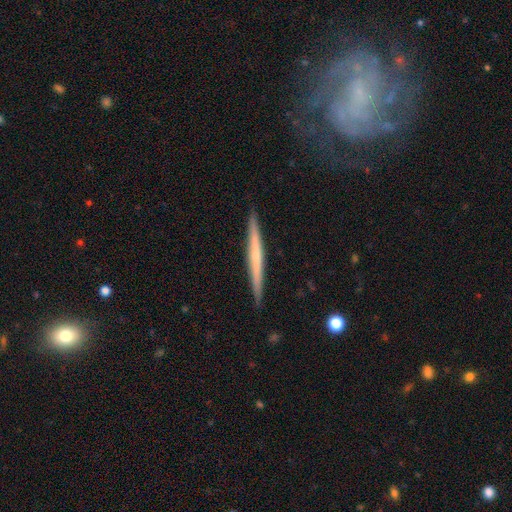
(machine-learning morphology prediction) Smooth or featured: featured or disk — 58% (smooth — 36%)
Edge-on disk: yes — 97% (no — 3%)
Edge-on bulge: none — 62% (rounded — 33%)
Merging: none — 91% (minor disturbance — 7%)